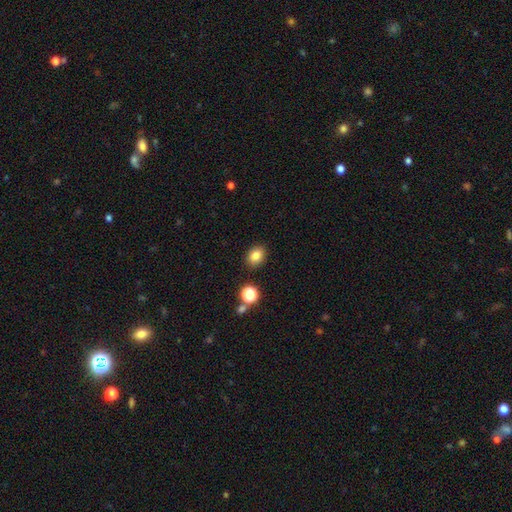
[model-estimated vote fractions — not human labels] Morphology: type=smooth (82%); roundness=in between (57%); merging=none (88%).